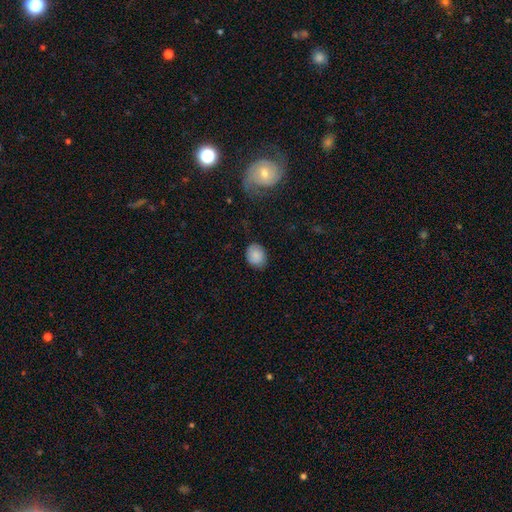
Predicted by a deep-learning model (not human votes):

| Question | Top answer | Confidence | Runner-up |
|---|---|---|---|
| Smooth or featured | smooth | 83% | featured or disk (9%) |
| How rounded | round | 52% | in between (47%) |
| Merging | none | 78% | minor disturbance (17%) |